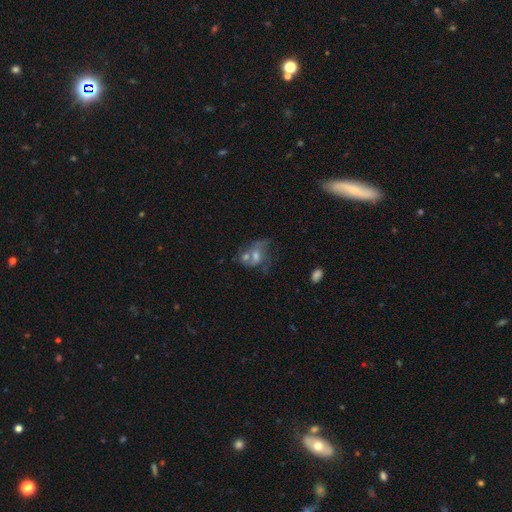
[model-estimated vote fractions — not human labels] Smooth or featured?
  - featured or disk: 59% *
  - smooth: 28%
  - star or artifact: 13%
Edge-on disk?
  - no: 96% *
  - yes: 4%
Bar?
  - no: 62% *
  - weak: 31%
  - strong: 7%
Spiral arms?
  - yes: 63% *
  - no: 37%
Bulge size?
  - moderate: 52% *
  - small: 25%
  - none: 11%
  - large: 10%
  - dominant: 2%
Merging?
  - merger: 42% *
  - none: 25%
  - major disturbance: 20%
  - minor disturbance: 13%